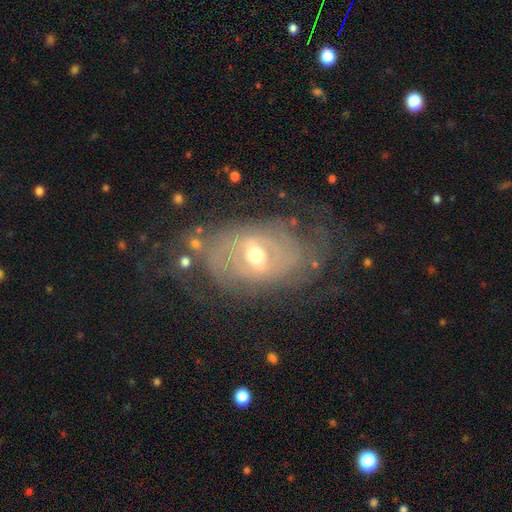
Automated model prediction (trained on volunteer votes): Smooth or featured? Predicted: featured or disk (p=0.82). Edge-on disk? Predicted: no (p=0.94). Bar? Predicted: weak (p=0.49). Spiral arms? Predicted: yes (p=0.76). Spiral winding? Predicted: tight (p=0.61). Spiral arm count? Predicted: can't tell (p=0.46). Bulge size? Predicted: moderate (p=0.70). Merging? Predicted: none (p=0.63).